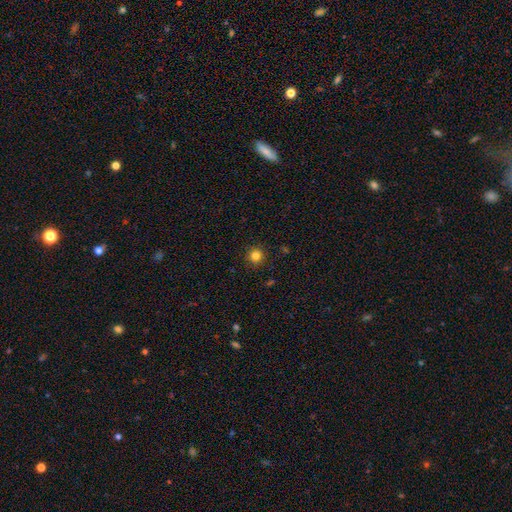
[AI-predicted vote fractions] smooth_or_featured: smooth (p=0.82) [alt: star or artifact p=0.13]
how_rounded: round (p=0.94) [alt: in between p=0.05]
merging: none (p=0.91) [alt: minor disturbance p=0.06]